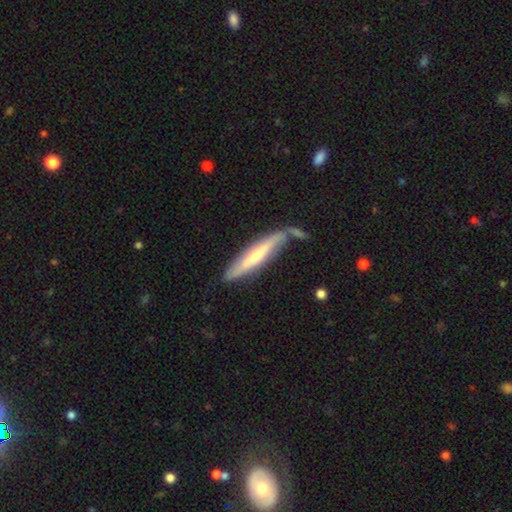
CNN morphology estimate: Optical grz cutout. It shows a featured or disk galaxy (48%). Merging: none (59%).